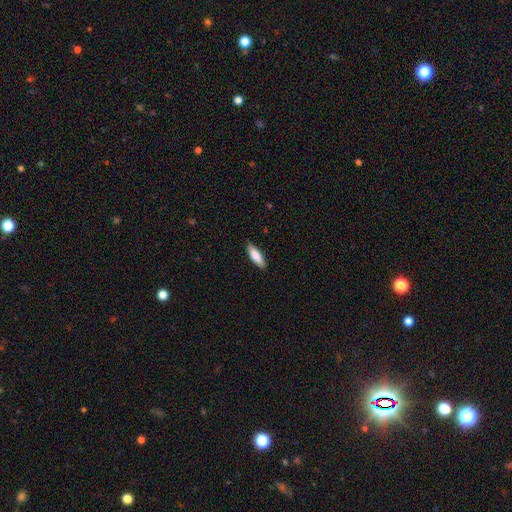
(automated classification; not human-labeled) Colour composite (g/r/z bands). It shows a smooth galaxy with no disk features (81%) that is in between round and cigar-shaped (53%). Merging: none (87%).